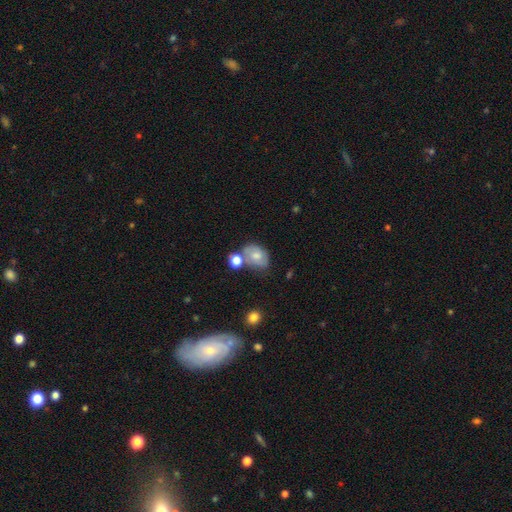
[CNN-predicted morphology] Smooth or featured: smooth — 63% (featured or disk — 27%)
How rounded: in between — 72% (round — 26%)
Merging: none — 44% (merger — 24%)